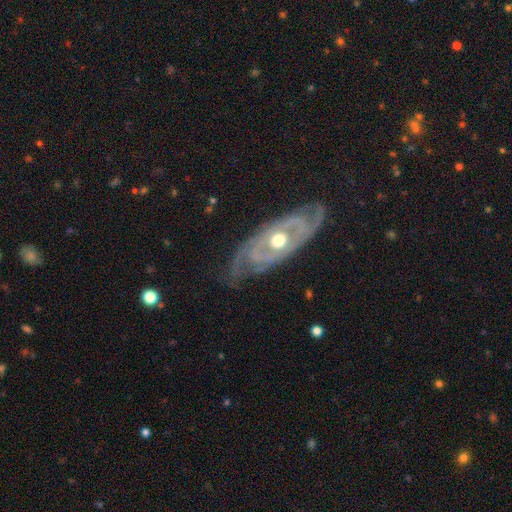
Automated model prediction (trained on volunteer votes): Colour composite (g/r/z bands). It shows a featured or disk galaxy (86%) with no bar (81%), 2 (40%) tight (66%) spiral arms (83%) and a moderate central bulge (78%). Merging: none (73%).